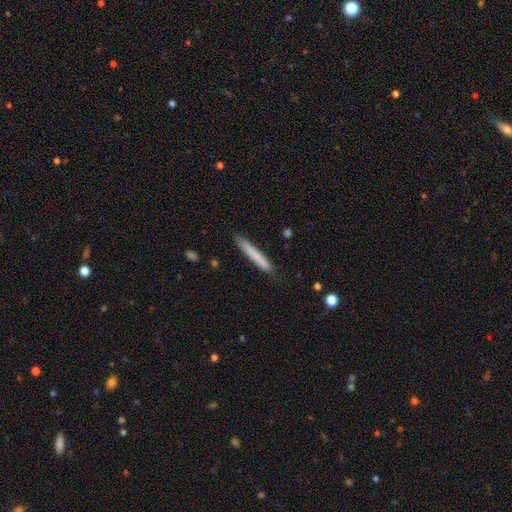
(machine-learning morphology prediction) smooth_or_featured: smooth (p=0.76) [alt: featured or disk p=0.18]
how_rounded: cigar-shaped (p=0.96) [alt: in between p=0.03]
merging: none (p=0.86) [alt: minor disturbance p=0.11]